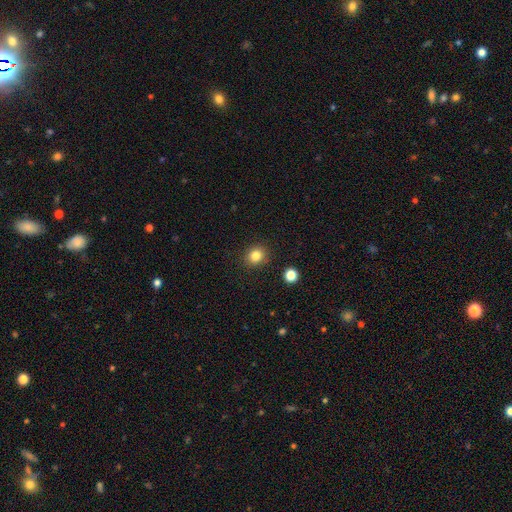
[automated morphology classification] type=smooth (83%); roundness=round (78%); merging=none (89%).